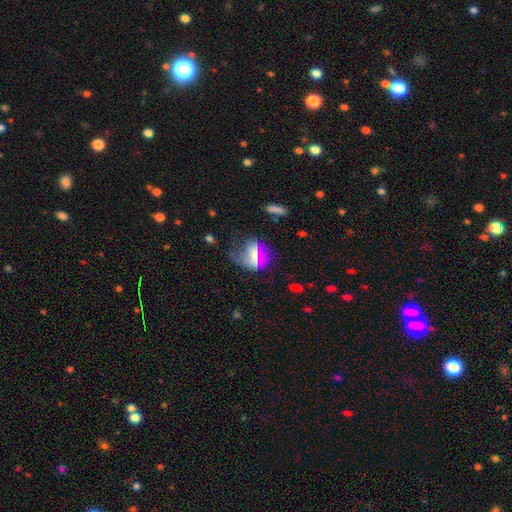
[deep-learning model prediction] This appears to be a smooth galaxy with no disk features (48%). Merging: none (39%).